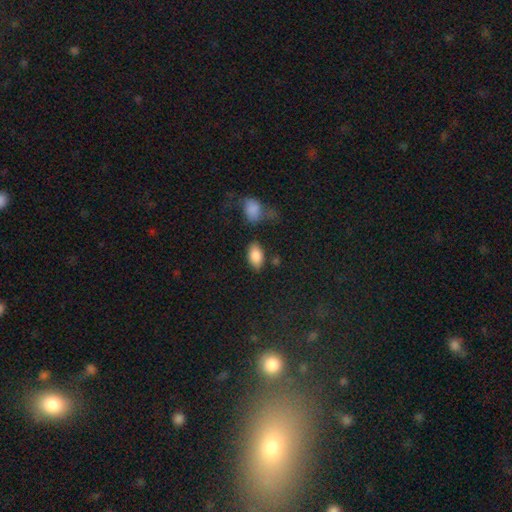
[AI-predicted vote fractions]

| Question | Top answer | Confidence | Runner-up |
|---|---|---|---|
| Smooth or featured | smooth | 86% | star or artifact (7%) |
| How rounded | in between | 93% | round (4%) |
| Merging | none | 76% | minor disturbance (14%) |